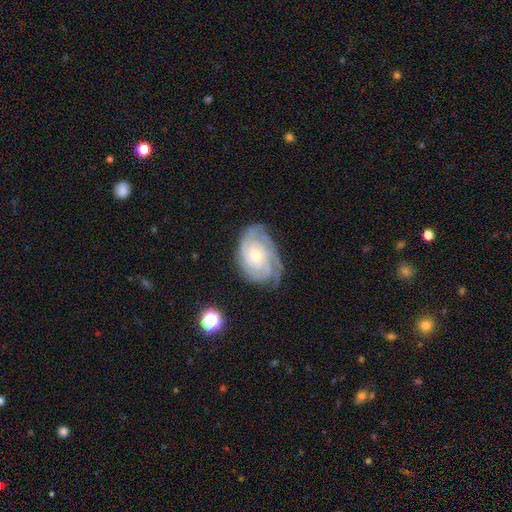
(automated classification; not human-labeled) This appears to be a featured or disk galaxy (87%) with no bar (75%), tight (76%) spiral arms (97%) and a small central bulge (56%). Merging: none (71%).